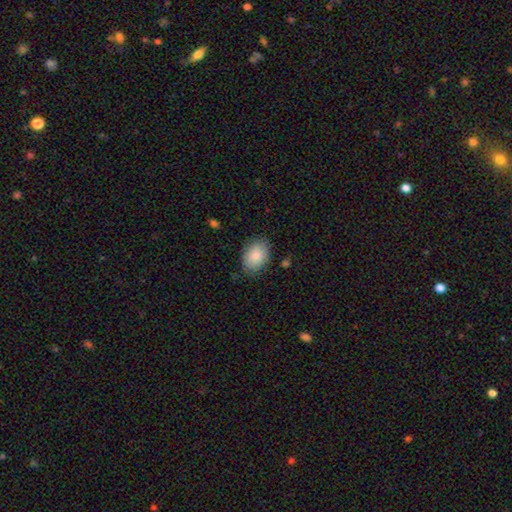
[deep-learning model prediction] Morphology: type=smooth (87%); roundness=in between (84%); merging=none (82%).